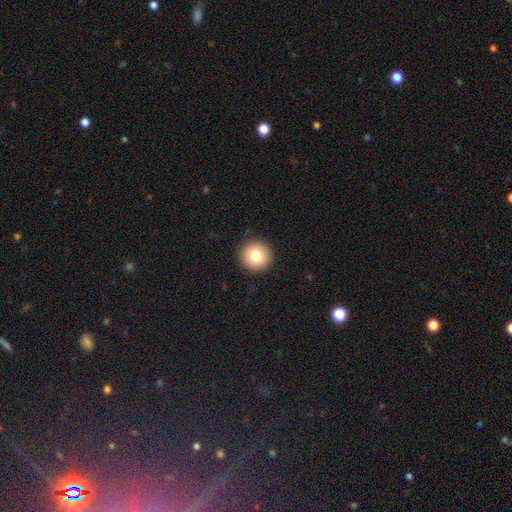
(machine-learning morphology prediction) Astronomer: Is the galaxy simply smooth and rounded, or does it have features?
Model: smooth — 80%.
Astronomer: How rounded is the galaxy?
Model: round — 95%.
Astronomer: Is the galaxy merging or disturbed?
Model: none — 93%.